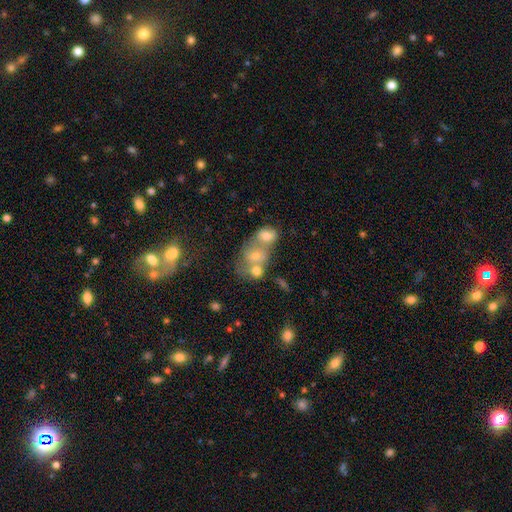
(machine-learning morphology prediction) This is likely a smooth galaxy (60%). How rounded: possibly round (54%). Merging: likely merger (67%).